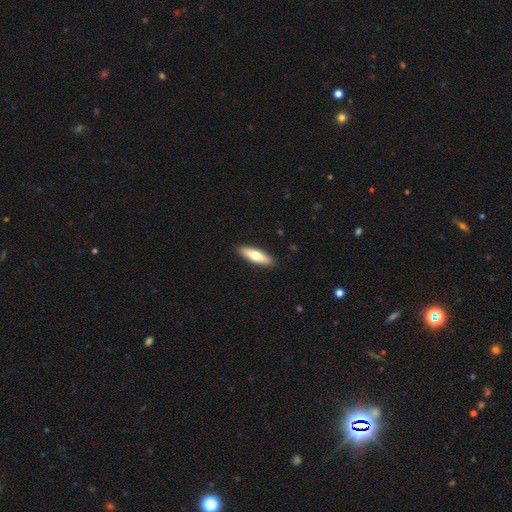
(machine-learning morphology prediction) smooth-or-featured: smooth: 64% | featured or disk: 31% | star or artifact: 5%
  how-rounded: cigar-shaped: 56% | in between: 42% | round: 2%
  merging: none: 90% | minor disturbance: 7% | major disturbance: 2% | merger: 1%